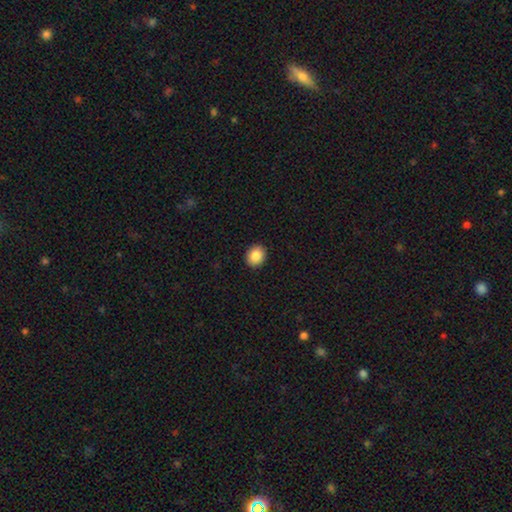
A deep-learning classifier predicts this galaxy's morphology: Smooth or featured: smooth — 87% (star or artifact — 8%)
How rounded: round — 63% (in between — 36%)
Merging: none — 92% (minor disturbance — 5%)